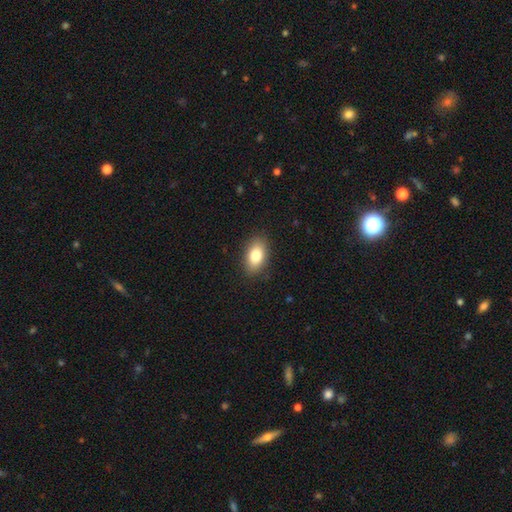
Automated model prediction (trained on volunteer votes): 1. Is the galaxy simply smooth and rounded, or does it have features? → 82% smooth, 10% featured or disk, 8% star or artifact.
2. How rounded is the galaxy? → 90% in between, 8% round, 2% cigar-shaped.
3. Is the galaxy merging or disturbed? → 87% none, 9% minor disturbance, 2% major disturbance, 1% merger.